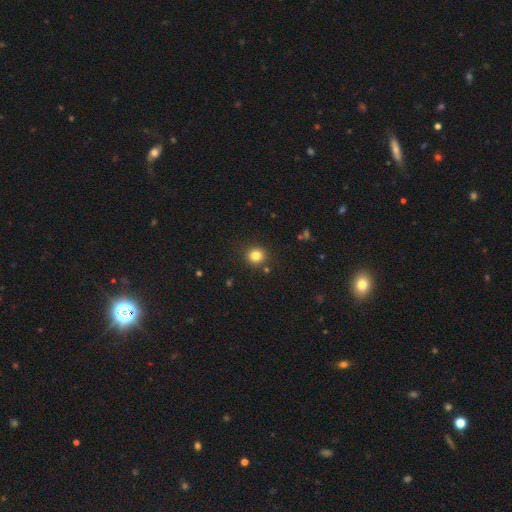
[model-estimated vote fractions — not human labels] A smooth galaxy with no disk features (81%) that is round (89%). Merging: none (88%).